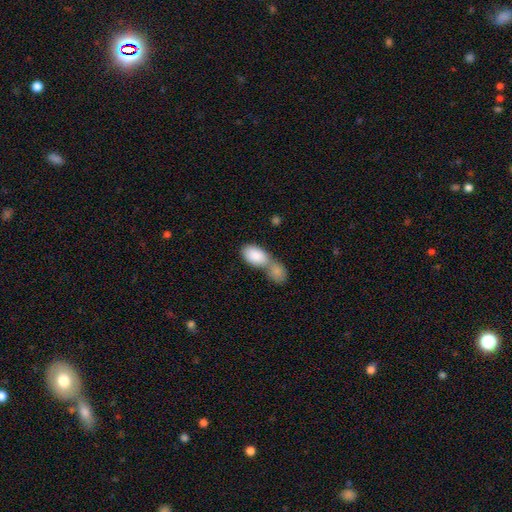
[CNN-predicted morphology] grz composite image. It shows a smooth galaxy with no disk features (86%) that is in between round and cigar-shaped (90%). Merging: merger (70%).